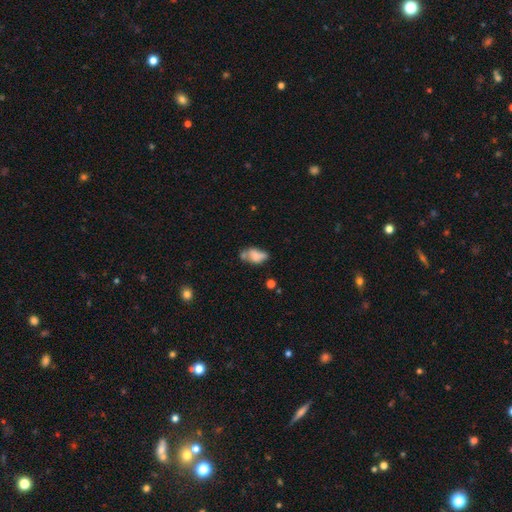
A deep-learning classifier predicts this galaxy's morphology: type=smooth (63%); roundness=in between (87%); merging=none (30%).